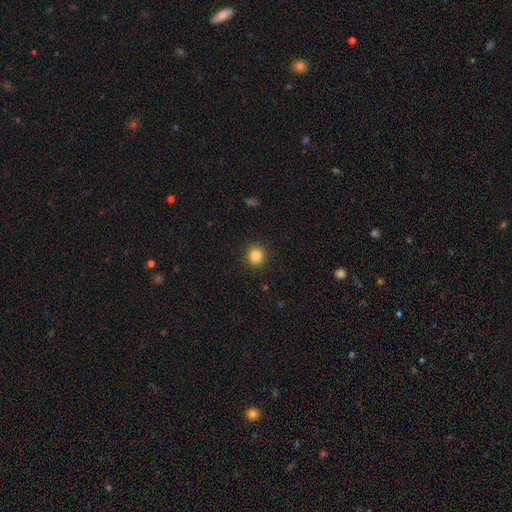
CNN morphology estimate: type=smooth (84%); roundness=round (94%); merging=none (92%).